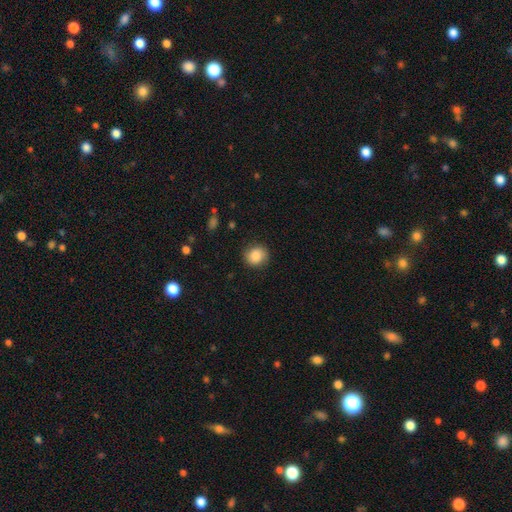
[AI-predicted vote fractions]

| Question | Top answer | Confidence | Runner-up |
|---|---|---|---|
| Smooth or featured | smooth | 85% | star or artifact (8%) |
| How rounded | round | 82% | in between (17%) |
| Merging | none | 84% | minor disturbance (12%) |